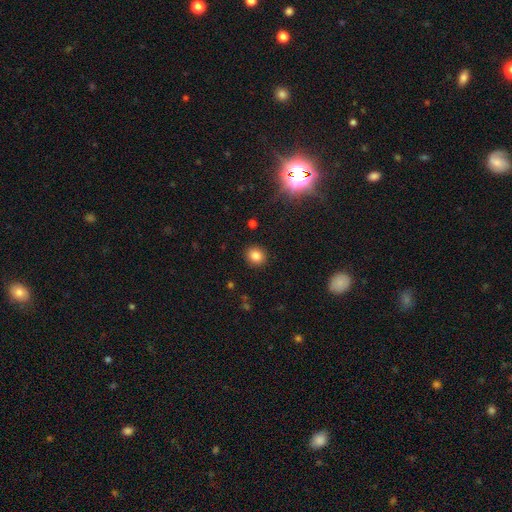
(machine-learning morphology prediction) This is clearly a smooth galaxy (82%). How rounded: likely round (79%). Merging: clearly none (91%).